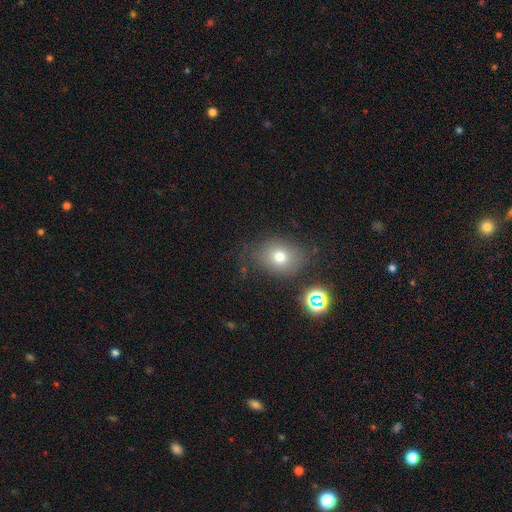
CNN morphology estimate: smooth-or-featured: smooth: 62% | star or artifact: 23% | featured or disk: 15%
  how-rounded: round: 52% | in between: 47% | cigar-shaped: 1%
  merging: none: 75% | minor disturbance: 15% | major disturbance: 5% | merger: 4%